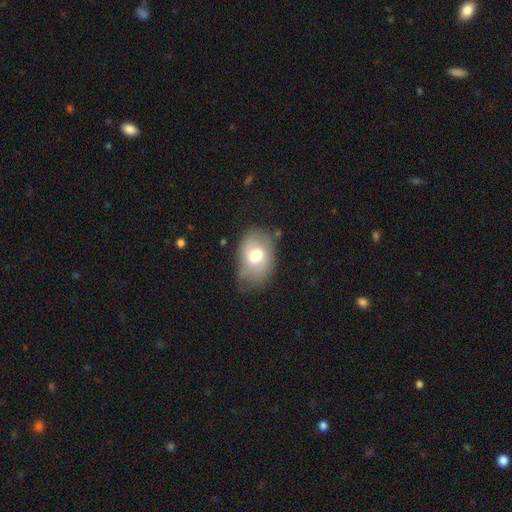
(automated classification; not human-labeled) smooth-or-featured: smooth: 66% | featured or disk: 26% | star or artifact: 8%
  how-rounded: in between: 80% | round: 19% | cigar-shaped: 1%
  merging: none: 54% | minor disturbance: 31% | major disturbance: 12% | merger: 3%